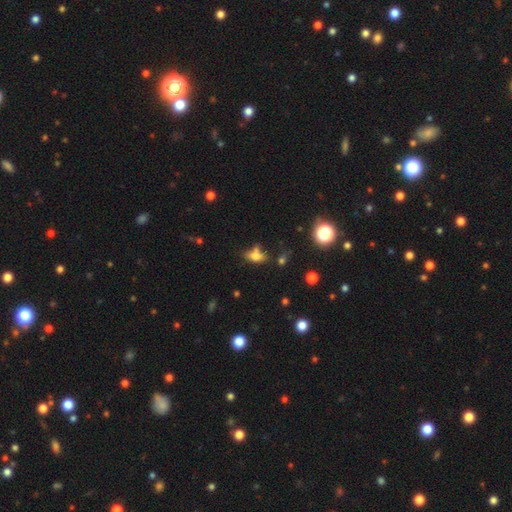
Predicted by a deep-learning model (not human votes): Q: Smooth or featured?
A: smooth (63%); runner-up: featured or disk (22%)
Q: How rounded?
A: in between (76%); runner-up: cigar-shaped (12%)
Q: Merging?
A: none (48%); runner-up: merger (22%)